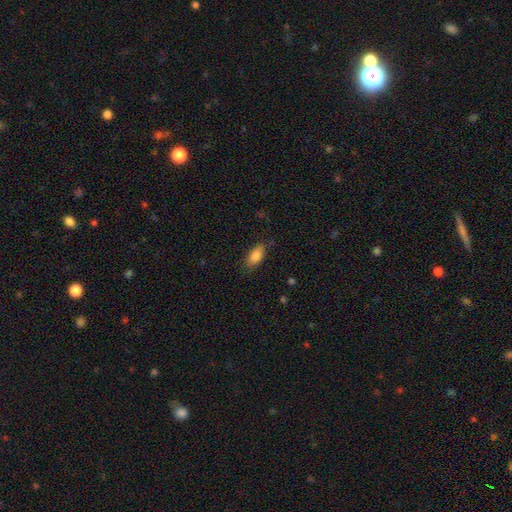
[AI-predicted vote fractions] Overall: smooth (84%). How rounded: in between (88%). Merging: none (77%).